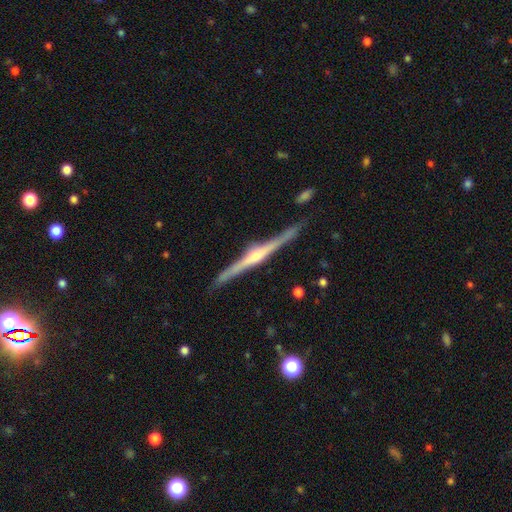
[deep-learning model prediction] This is clearly a featured or disk galaxy (88%). It is clearly viewed edge-on (98%). Edge-on bulge: clearly rounded (82%). Merging: clearly none (88%).